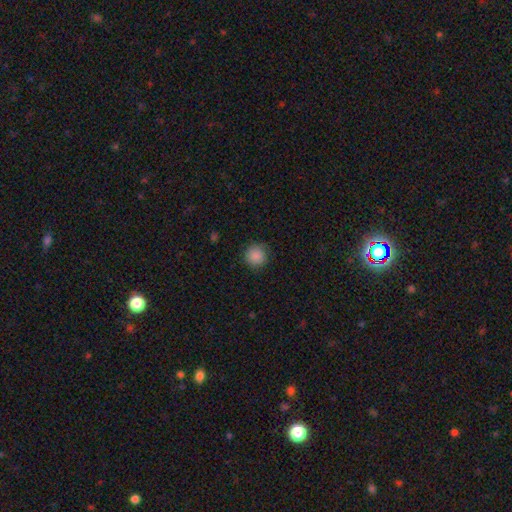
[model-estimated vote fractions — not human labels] A smooth galaxy with no disk features (88%) that is round (94%). Merging: none (87%).